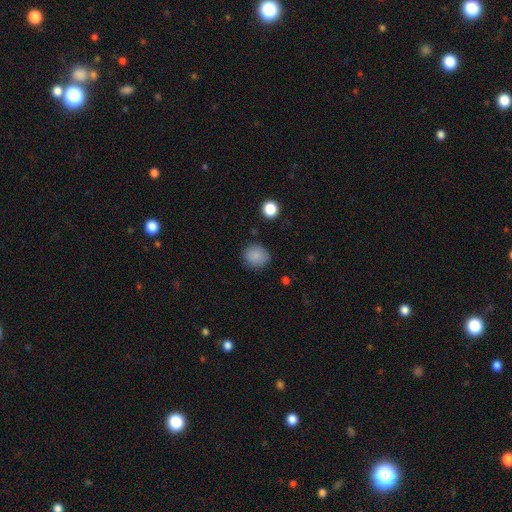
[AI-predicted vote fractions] This is clearly a smooth galaxy (85%). How rounded: clearly round (82%). Merging: clearly none (83%).